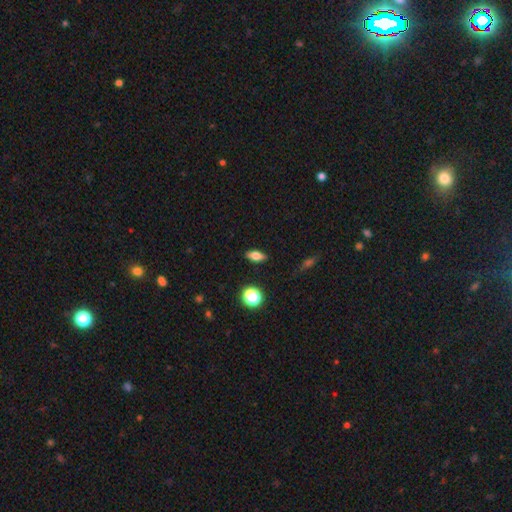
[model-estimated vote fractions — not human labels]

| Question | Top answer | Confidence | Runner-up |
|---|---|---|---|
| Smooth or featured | smooth | 70% | featured or disk (19%) |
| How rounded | in between | 75% | cigar-shaped (17%) |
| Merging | none | 88% | minor disturbance (8%) |